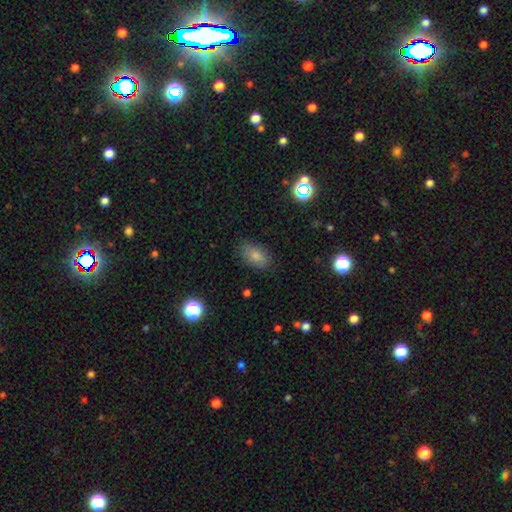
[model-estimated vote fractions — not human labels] The model was most divided on "merging": none: 80%, minor disturbance: 15%, major disturbance: 4%, merger: 1%. More confident: how rounded — in between (90%); smooth or featured — smooth (81%).